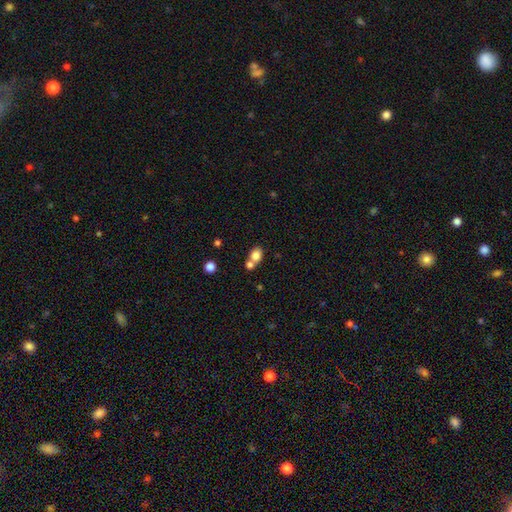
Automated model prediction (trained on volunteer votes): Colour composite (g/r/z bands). It shows a smooth galaxy with no disk features (80%) that is in between round and cigar-shaped (53%). Merging: none (47%).